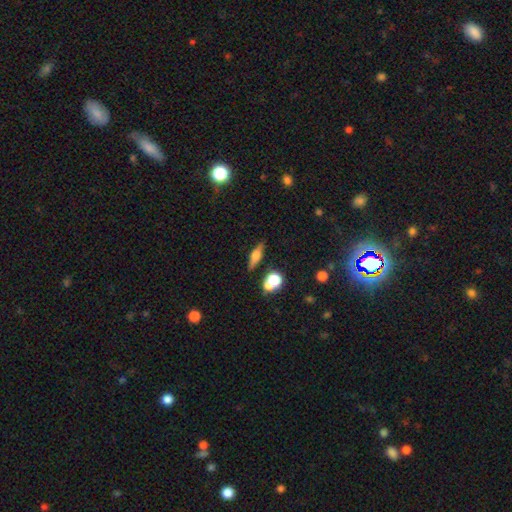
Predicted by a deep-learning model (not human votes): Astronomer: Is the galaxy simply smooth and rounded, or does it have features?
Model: featured or disk — 51% (runner-up: smooth, 39%).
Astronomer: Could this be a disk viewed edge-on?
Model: yes — 92%.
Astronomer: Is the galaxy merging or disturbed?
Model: none — 81%.